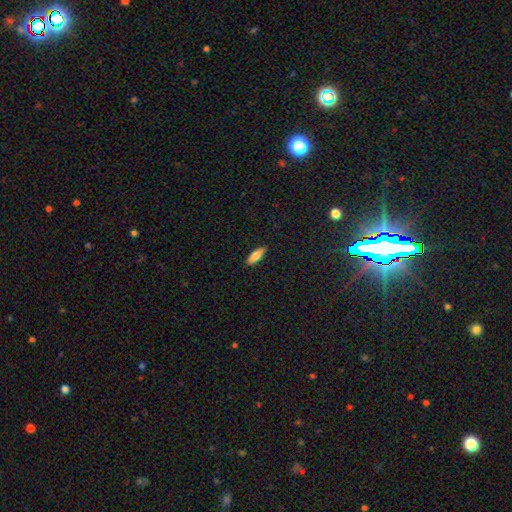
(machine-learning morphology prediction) Smooth or featured: smooth — 79% (featured or disk — 14%)
How rounded: in between — 55% (cigar-shaped — 43%)
Merging: none — 89% (minor disturbance — 8%)